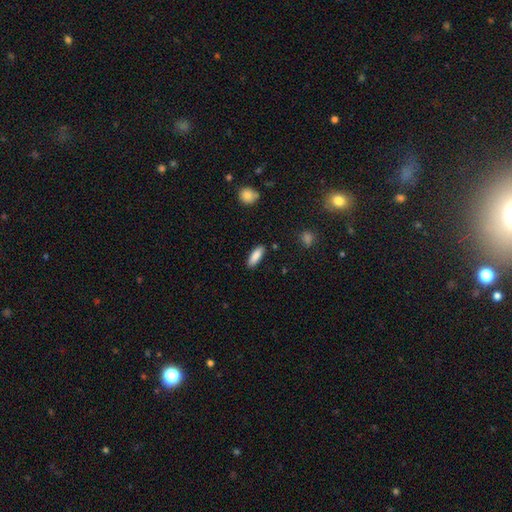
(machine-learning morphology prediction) A smooth galaxy with no disk features (87%) that is in between round and cigar-shaped (57%).

Vote fractions:
- Smooth or featured? smooth: 87% / featured or disk: 6% / star or artifact: 6%
- How rounded? in between: 57% / cigar-shaped: 42% / round: 2%
- Merging? none: 87% / minor disturbance: 9% / major disturbance: 2% / merger: 2%